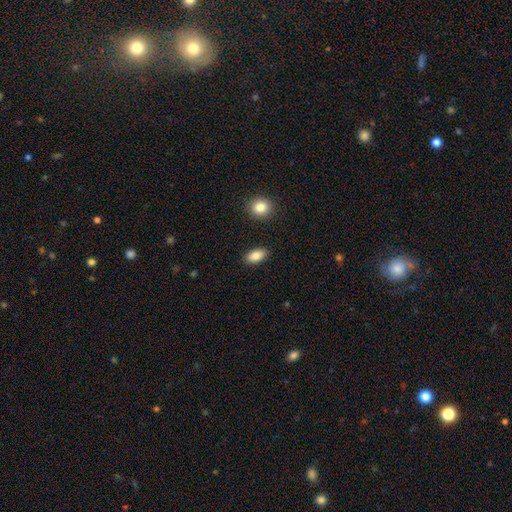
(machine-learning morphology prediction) smooth_or_featured: smooth (p=0.86) [alt: star or artifact p=0.08]
how_rounded: in between (p=0.91) [alt: round p=0.05]
merging: none (p=0.87) [alt: minor disturbance p=0.08]